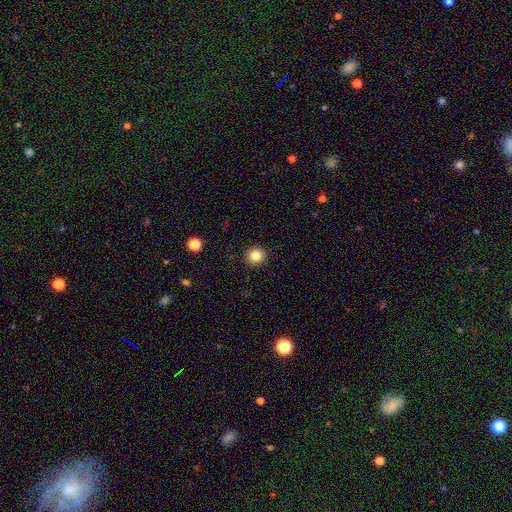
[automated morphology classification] A smooth galaxy with no disk features (84%) that is round (92%). Merging: none (92%).